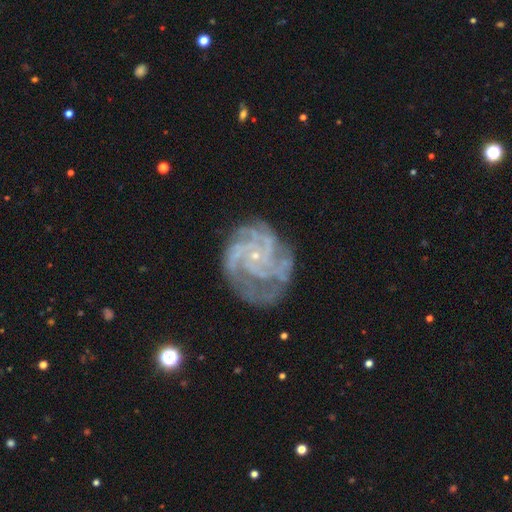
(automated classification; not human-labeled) Q: Smooth or featured?
A: featured or disk (88%); runner-up: star or artifact (7%)
Q: Edge-on disk?
A: no (98%); runner-up: yes (2%)
Q: Bar?
A: no (73%); runner-up: weak (21%)
Q: Spiral arms?
A: yes (98%); runner-up: no (2%)
Q: Spiral winding?
A: tight (62%); runner-up: medium (33%)
Q: Spiral arm count?
A: 4 (35%); runner-up: 3 (21%)
Q: Bulge size?
A: small (87%); runner-up: moderate (7%)
Q: Merging?
A: none (71%); runner-up: minor disturbance (18%)